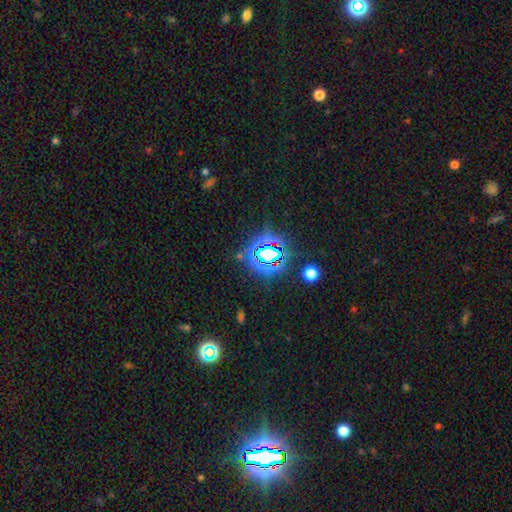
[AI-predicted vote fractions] This appears to be a star or artifact, not a galaxy (81%).